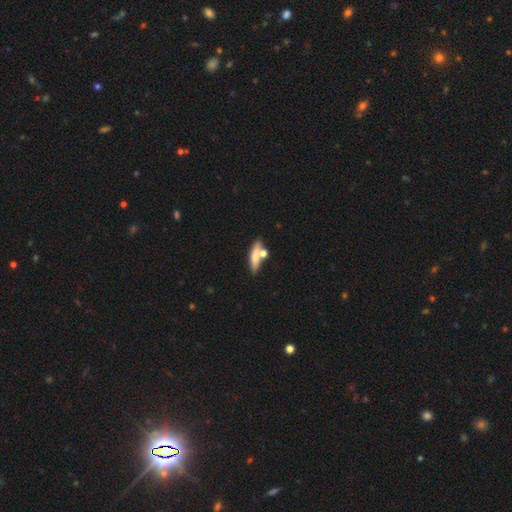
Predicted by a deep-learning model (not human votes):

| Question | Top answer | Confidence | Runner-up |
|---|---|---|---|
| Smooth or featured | smooth | 68% | featured or disk (25%) |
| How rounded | cigar-shaped | 63% | in between (32%) |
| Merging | none | 60% | merger (23%) |